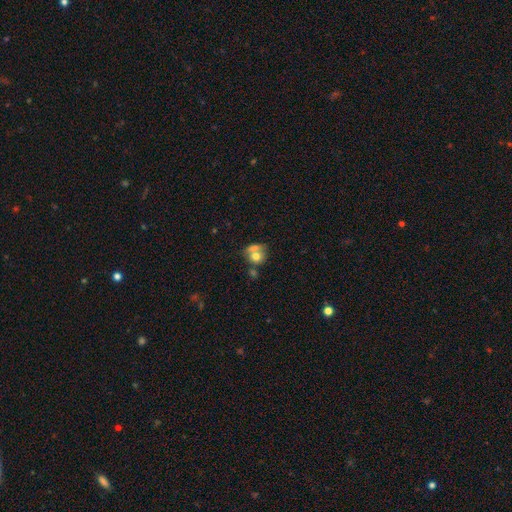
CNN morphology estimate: Smooth or featured? smooth (68%)
How rounded? round (69%)
Merging? merger (52%)